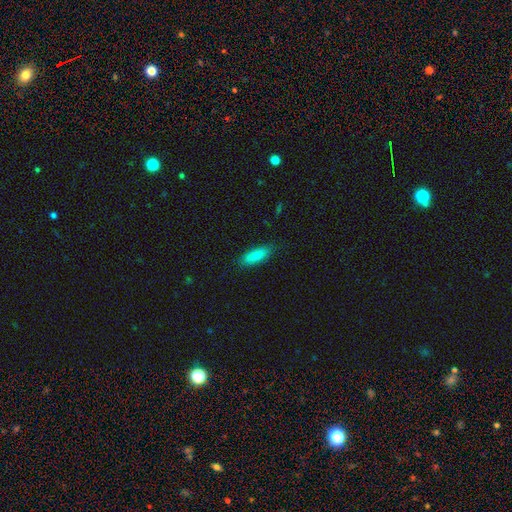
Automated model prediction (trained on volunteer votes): This is clearly a smooth galaxy (86%). How rounded: possibly in between (52%). Merging: clearly none (85%).